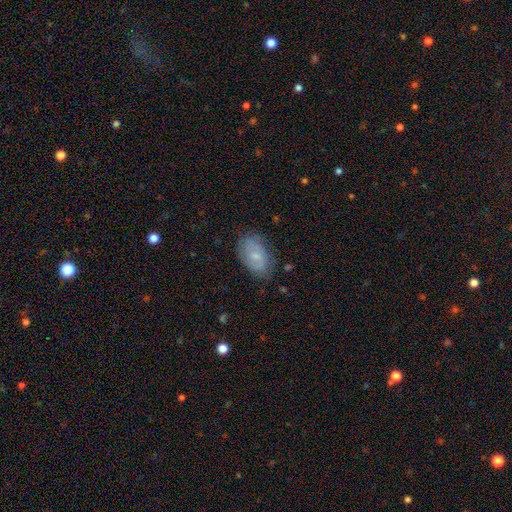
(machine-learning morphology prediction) Smooth or featured? smooth (57%)
How rounded? in between (91%)
Merging? none (75%)